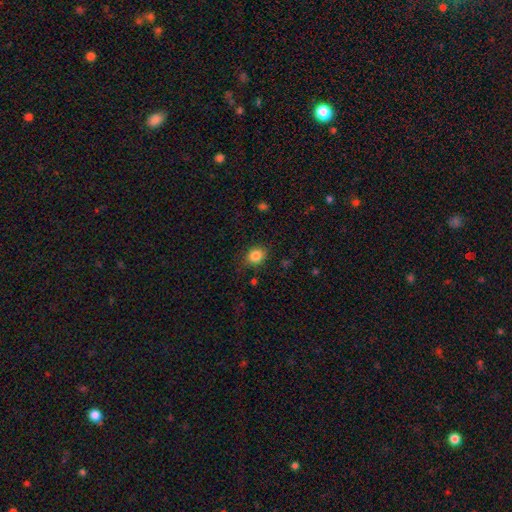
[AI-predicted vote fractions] Overall: smooth (85%). How rounded: round (57%; in between 42%). Merging: none (81%).